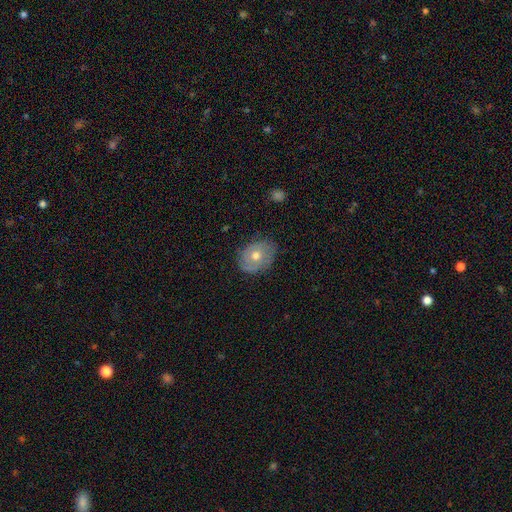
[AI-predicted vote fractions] Smooth or featured: featured or disk — 48% (smooth — 43%)
Merging: none — 76% (minor disturbance — 19%)